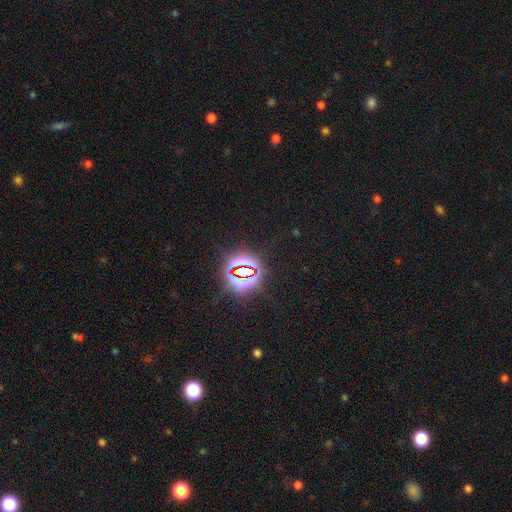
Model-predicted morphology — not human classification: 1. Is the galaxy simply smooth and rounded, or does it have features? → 80% star or artifact, 13% smooth, 6% featured or disk.